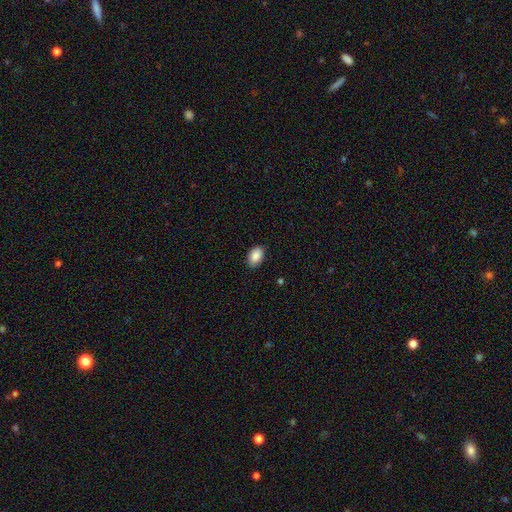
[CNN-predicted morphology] A smooth galaxy with no disk features (89%) that is in between round and cigar-shaped (87%).

Vote fractions:
- Smooth or featured? smooth: 89% / star or artifact: 7% / featured or disk: 4%
- How rounded? in between: 87% / round: 12% / cigar-shaped: 1%
- Merging? none: 87% / minor disturbance: 10% / major disturbance: 2% / merger: 1%